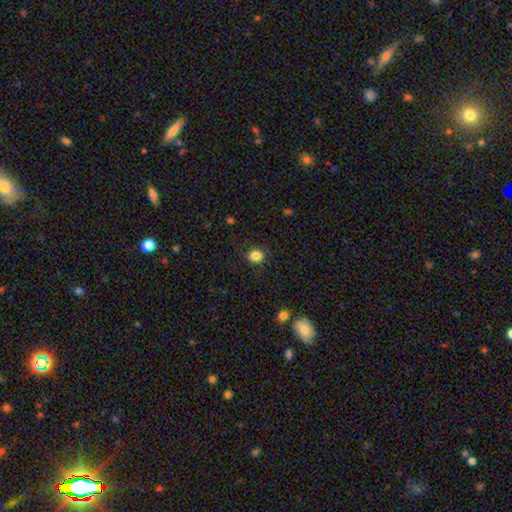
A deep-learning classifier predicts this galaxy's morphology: A smooth galaxy with no disk features (85%) that is round (71%). Merging: none (85%).